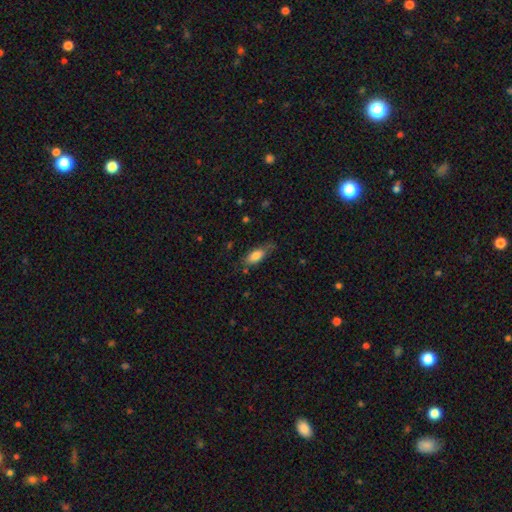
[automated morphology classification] type=smooth (78%); roundness=in between (76%); merging=none (63%).